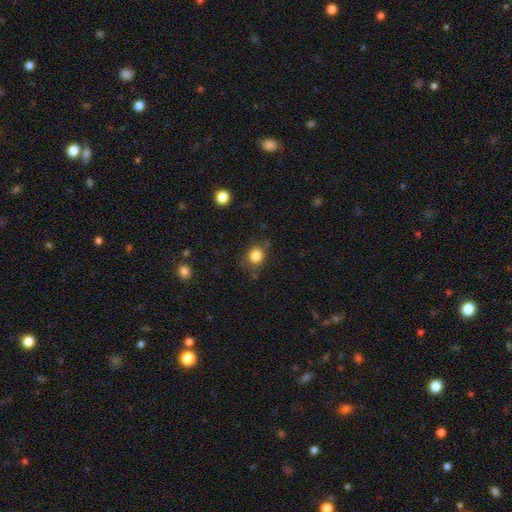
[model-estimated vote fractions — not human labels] This appears to be a smooth galaxy with no disk features (83%) that is round (73%). Merging: none (75%).